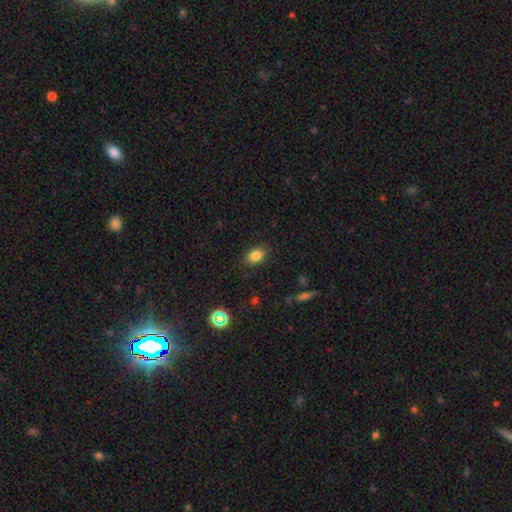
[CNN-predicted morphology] Overall: smooth (83%). How rounded: in between (78%). Merging: none (84%).